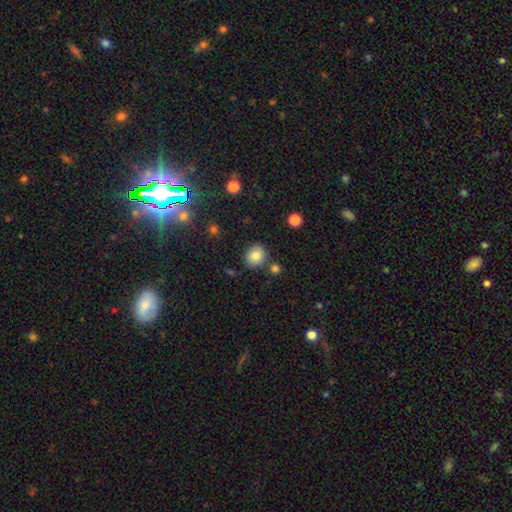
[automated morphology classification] smooth 81%, star or artifact 10%, featured or disk 8%. Down the decision tree: how rounded — round (74%); merging — none (81%).